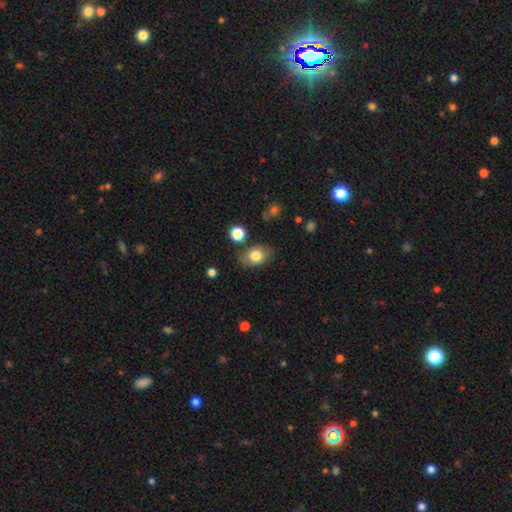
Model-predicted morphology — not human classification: This appears to be a smooth galaxy with no disk features (79%) that is in between round and cigar-shaped (75%). Merging: none (78%).